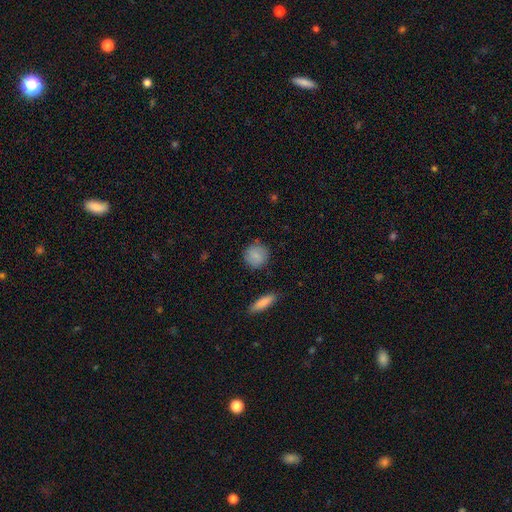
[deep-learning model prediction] A smooth galaxy with no disk features (84%) that is round (87%).

Vote fractions:
- Smooth or featured? smooth: 84% / featured or disk: 9% / star or artifact: 7%
- How rounded? round: 87% / in between: 11% / cigar-shaped: 2%
- Merging? none: 84% / minor disturbance: 11% / major disturbance: 3% / merger: 2%